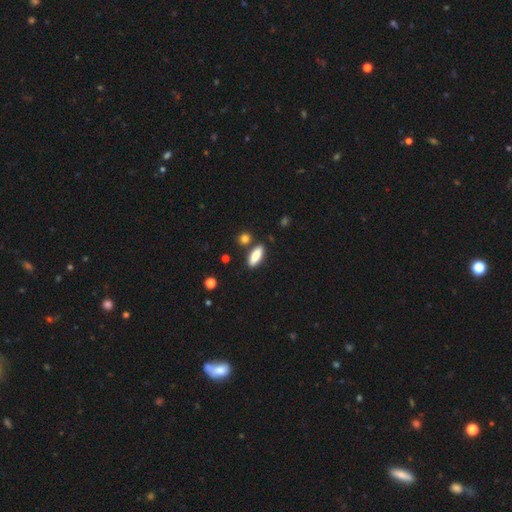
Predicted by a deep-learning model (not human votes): Smooth or featured?
  - smooth: 82% *
  - featured or disk: 11%
  - star or artifact: 6%
How rounded?
  - in between: 65% *
  - cigar-shaped: 32%
  - round: 3%
Merging?
  - none: 83% *
  - minor disturbance: 10%
  - merger: 5%
  - major disturbance: 2%